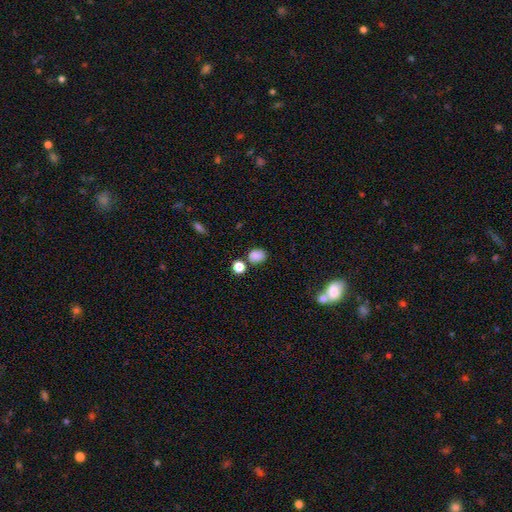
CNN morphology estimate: This appears to be a smooth galaxy with no disk features (83%) that is in between round and cigar-shaped (58%). Merging: none (74%).